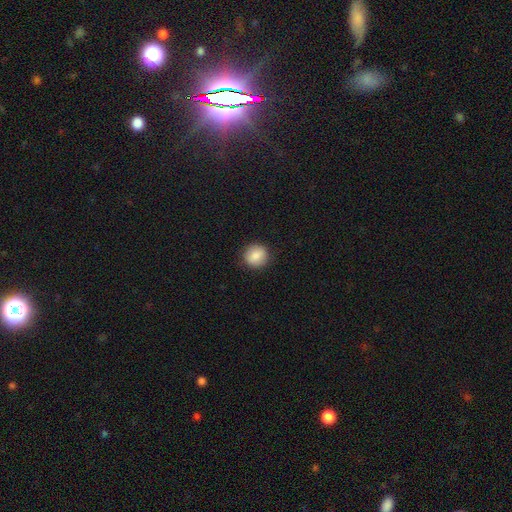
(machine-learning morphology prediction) Q: Smooth or featured?
A: smooth (85%); runner-up: star or artifact (8%)
Q: How rounded?
A: round (90%); runner-up: in between (9%)
Q: Merging?
A: none (89%); runner-up: minor disturbance (8%)